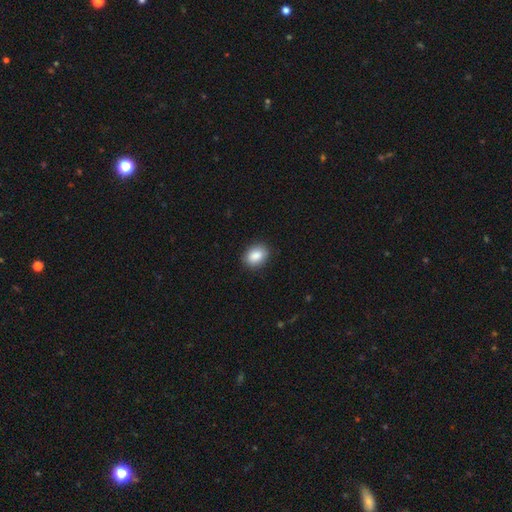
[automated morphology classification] Smooth or featured: smooth — 88% (star or artifact — 8%)
How rounded: in between — 68% (round — 30%)
Merging: none — 88% (minor disturbance — 9%)